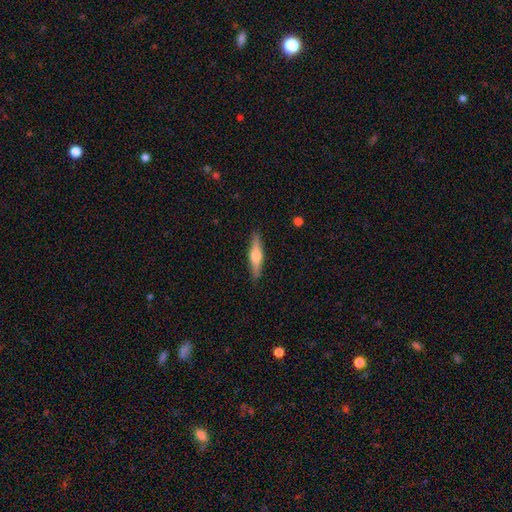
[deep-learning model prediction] Smooth or featured? Predicted: featured or disk (p=0.54). Edge-on disk? Predicted: yes (p=0.96). Edge-on bulge? Predicted: rounded (p=0.90). Merging? Predicted: none (p=0.89).